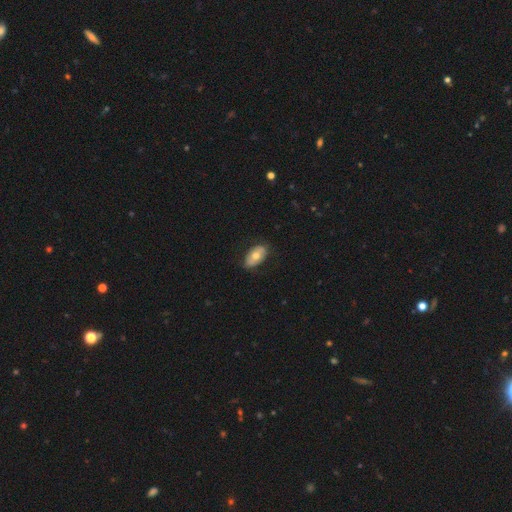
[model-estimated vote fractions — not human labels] Q: Smooth or featured?
A: smooth (65%); runner-up: featured or disk (29%)
Q: How rounded?
A: in between (93%); runner-up: round (4%)
Q: Merging?
A: none (80%); runner-up: minor disturbance (16%)